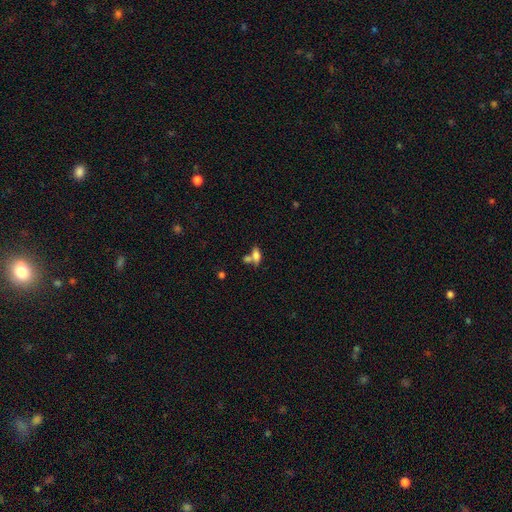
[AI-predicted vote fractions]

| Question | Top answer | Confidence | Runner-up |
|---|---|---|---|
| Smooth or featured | smooth | 70% | featured or disk (19%) |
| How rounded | in between | 78% | cigar-shaped (15%) |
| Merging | merger | 41% | none (40%) |